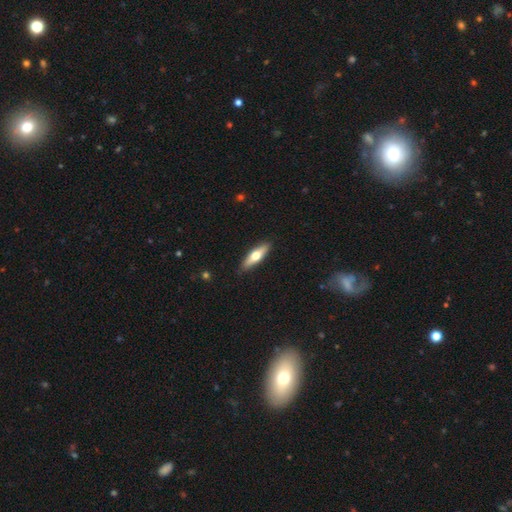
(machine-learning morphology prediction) type=smooth (53%); roundness=cigar-shaped (60%); merging=none (89%).